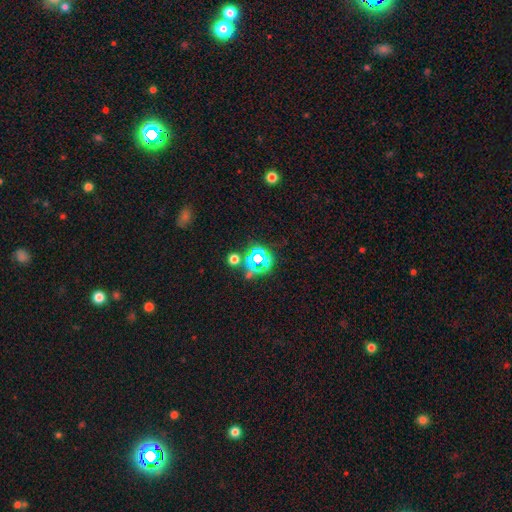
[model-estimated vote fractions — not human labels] Smooth or featured? Predicted: star or artifact (p=0.62).